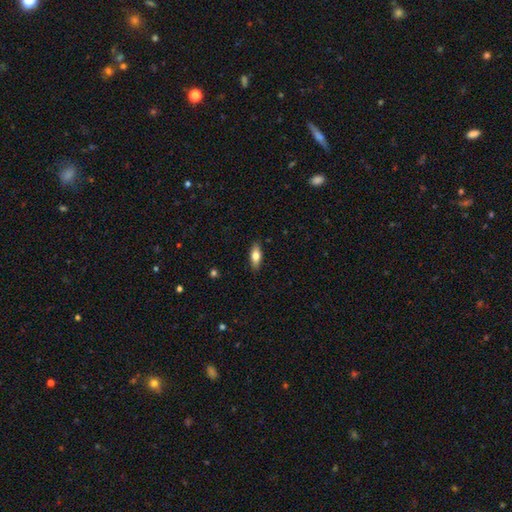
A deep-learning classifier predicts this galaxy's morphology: This appears to be a smooth galaxy with no disk features (72%) that is in between round and cigar-shaped (74%). Merging: none (87%).